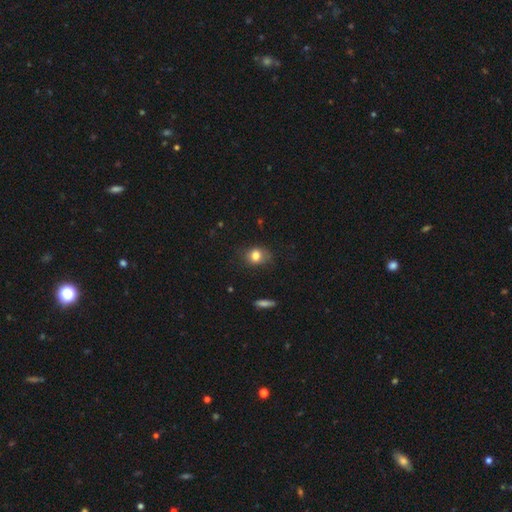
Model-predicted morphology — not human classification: smooth-or-featured: smooth: 78% | featured or disk: 11% | star or artifact: 11%
  how-rounded: round: 51% | in between: 48% | cigar-shaped: 2%
  merging: none: 68% | minor disturbance: 23% | major disturbance: 7% | merger: 2%